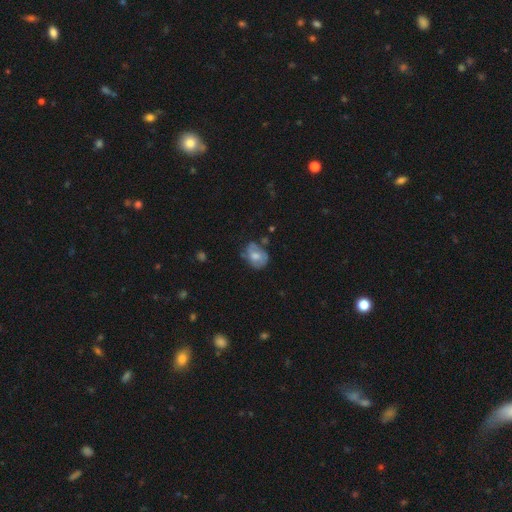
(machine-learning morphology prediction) Q: Smooth or featured?
A: smooth (50%); runner-up: featured or disk (41%)
Q: How rounded?
A: in between (57%); runner-up: round (42%)
Q: Merging?
A: none (49%); runner-up: minor disturbance (31%)